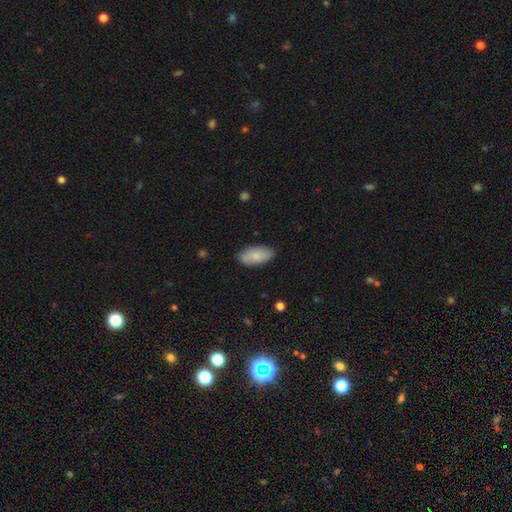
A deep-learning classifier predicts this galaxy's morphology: smooth_or_featured: smooth (p=0.86) [alt: featured or disk p=0.08]
how_rounded: in between (p=0.91) [alt: cigar-shaped p=0.07]
merging: none (p=0.85) [alt: minor disturbance p=0.12]